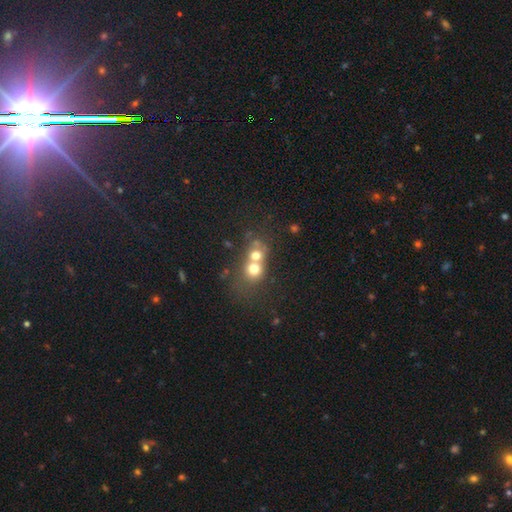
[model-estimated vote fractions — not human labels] Overall: smooth (67%). How rounded: round (73%). Merging: merger (68%).